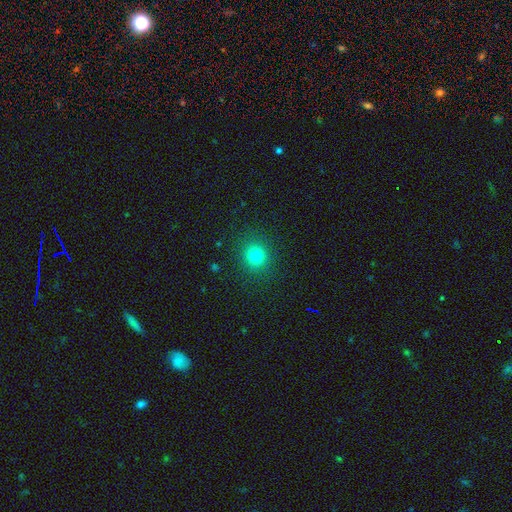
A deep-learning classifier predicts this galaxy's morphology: smooth-or-featured: smooth: 79% | star or artifact: 15% | featured or disk: 6%
  how-rounded: round: 88% | in between: 11% | cigar-shaped: 1%
  merging: none: 89% | minor disturbance: 7% | major disturbance: 3% | merger: 1%